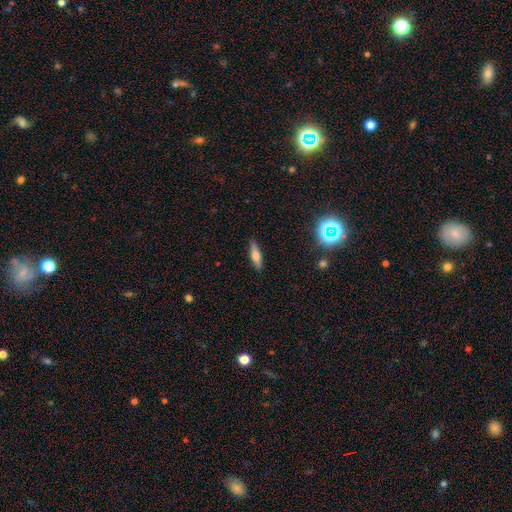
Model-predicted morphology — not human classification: The model was most divided on "smooth or featured": smooth: 57%, featured or disk: 34%, star or artifact: 9%. More confident: merging — none (88%); how rounded — cigar-shaped (64%).